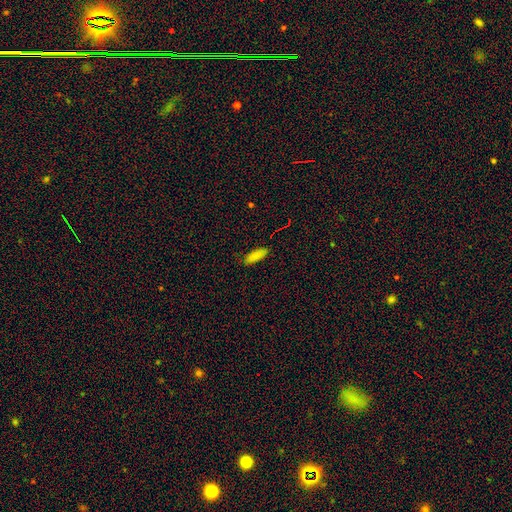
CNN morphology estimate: Smooth or featured: smooth — 85% (star or artifact — 10%)
How rounded: in between — 62% (cigar-shaped — 37%)
Merging: none — 87% (minor disturbance — 10%)